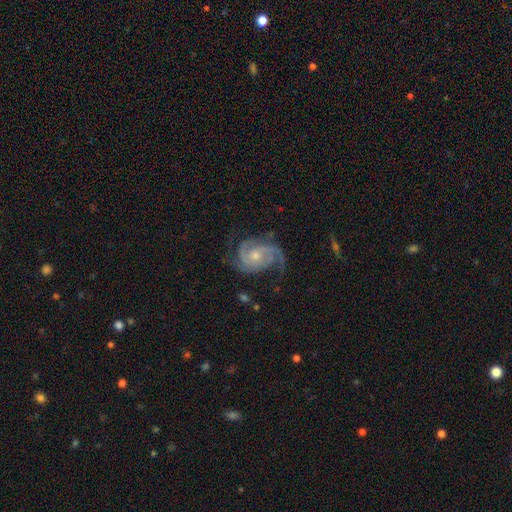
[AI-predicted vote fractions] This is clearly a featured or disk galaxy (90%). It is clearly not viewed edge-on (98%). Bar: likely no (72%). Spiral arm pattern: clearly yes (98%). Spiral arm count: marginally 3 (38%). Spiral winding: possibly medium (45%). Central bulge: possibly small (51%). Merging: likely none (64%).